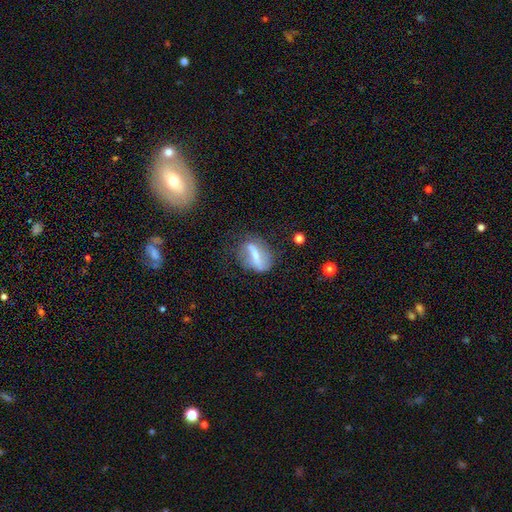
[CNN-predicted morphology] Smooth or featured? featured or disk (59%)
Edge-on disk? no (82%)
Merging? none (61%)